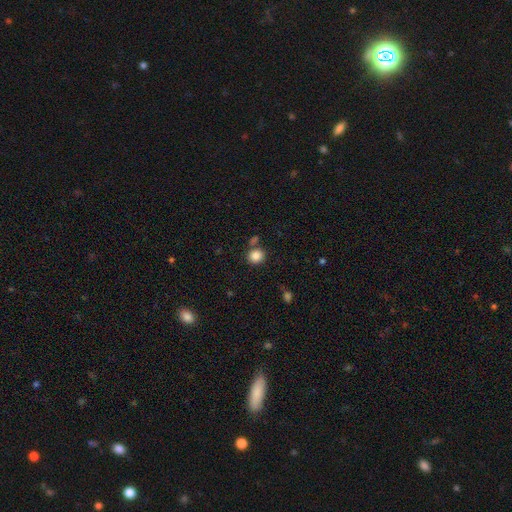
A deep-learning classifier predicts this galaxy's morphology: This is clearly a smooth galaxy (85%). How rounded: clearly round (85%). Merging: likely none (74%).